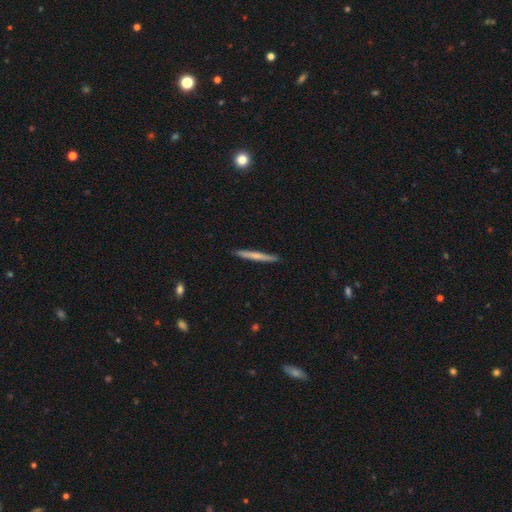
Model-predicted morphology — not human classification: Overall: smooth (62%; featured or disk 33%). How rounded: cigar-shaped (97%). Merging: none (91%).